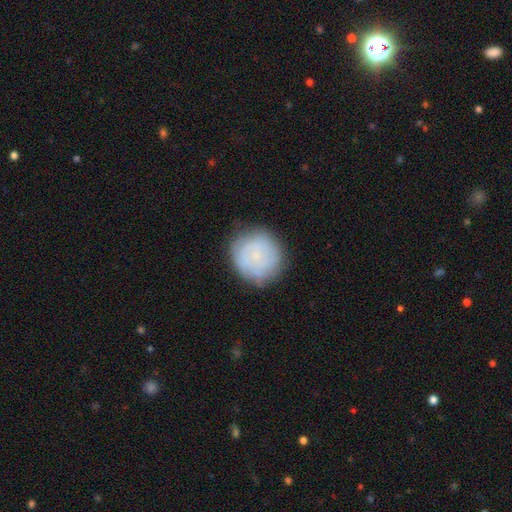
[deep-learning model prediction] Morphology: type=smooth (60%); roundness=round (90%); merging=none (75%).